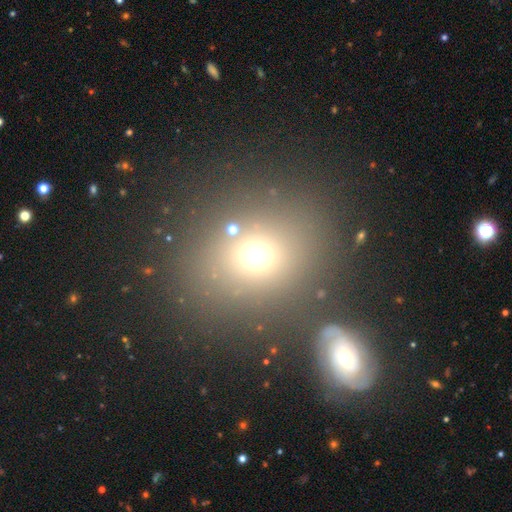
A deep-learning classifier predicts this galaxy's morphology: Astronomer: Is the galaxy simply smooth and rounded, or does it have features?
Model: smooth — 67%.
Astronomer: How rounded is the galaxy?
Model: round — 64%.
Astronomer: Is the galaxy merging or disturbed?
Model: none — 71%.